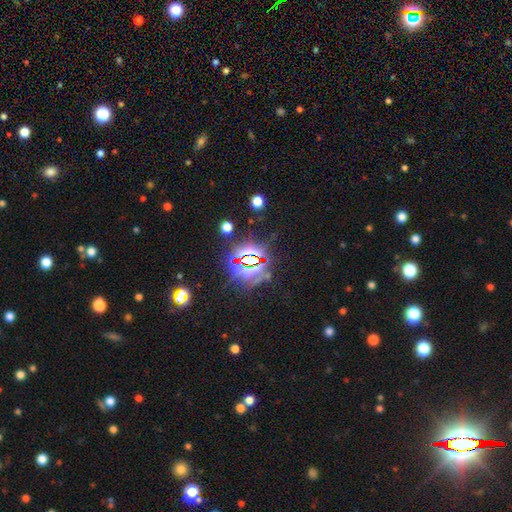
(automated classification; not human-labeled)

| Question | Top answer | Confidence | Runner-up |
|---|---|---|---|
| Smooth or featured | star or artifact | 83% | smooth (10%) |